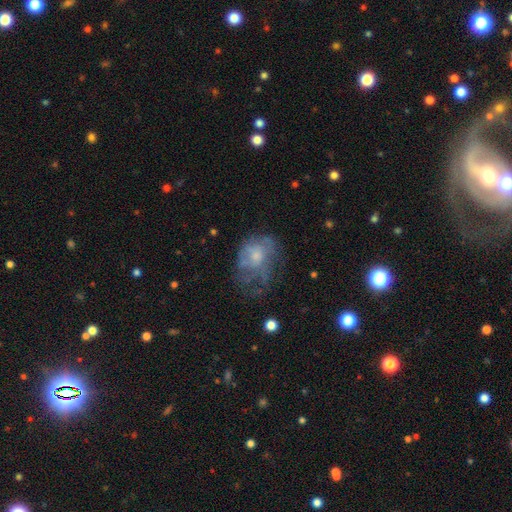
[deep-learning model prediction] Smooth or featured: featured or disk — 49% (smooth — 40%)
Merging: major disturbance — 39% (none — 33%)